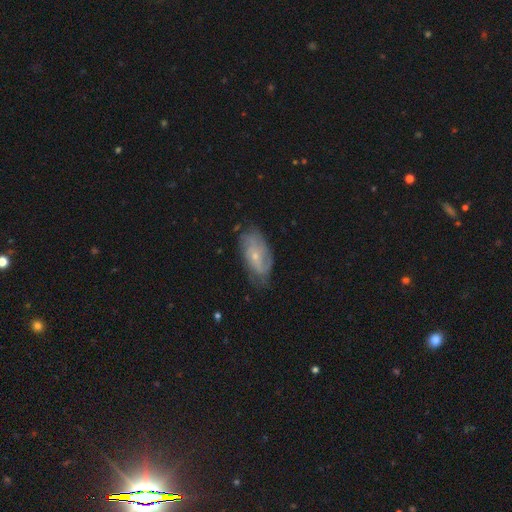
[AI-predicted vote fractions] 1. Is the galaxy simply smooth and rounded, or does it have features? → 66% featured or disk, 27% smooth, 7% star or artifact.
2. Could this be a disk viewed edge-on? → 92% no, 8% yes.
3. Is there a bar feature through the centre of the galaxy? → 70% no, 25% weak, 5% strong.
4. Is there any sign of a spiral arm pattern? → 84% yes, 16% no.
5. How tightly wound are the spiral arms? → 44% tight, 37% medium, 19% loose.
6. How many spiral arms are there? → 42% can't tell, 34% 2, 11% 3, 5% 1, 5% 4, 3% more than 4.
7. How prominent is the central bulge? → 74% small, 22% moderate, 3% none, 1% large, 1% dominant.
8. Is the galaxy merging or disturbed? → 67% none, 24% minor disturbance, 7% major disturbance, 2% merger.